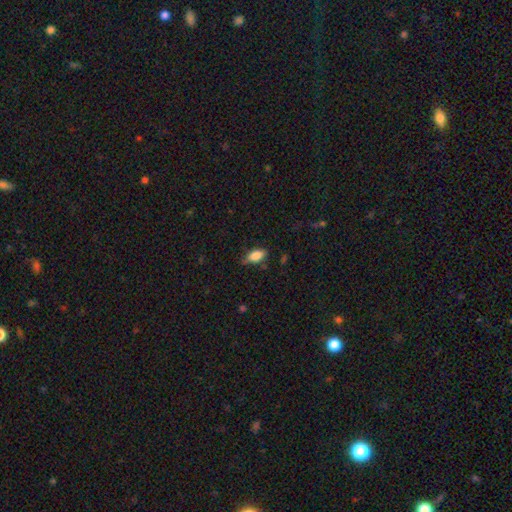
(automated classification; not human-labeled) A smooth galaxy with no disk features (84%) that is in between round and cigar-shaped (89%). Merging: none (69%).